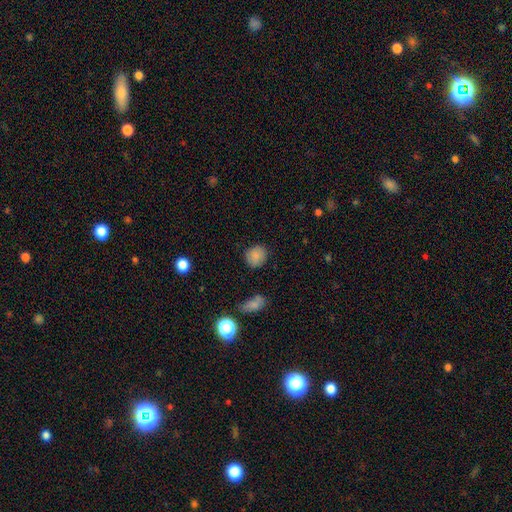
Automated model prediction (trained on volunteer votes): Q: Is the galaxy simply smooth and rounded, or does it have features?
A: smooth — 83%.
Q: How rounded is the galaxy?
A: round — 80%.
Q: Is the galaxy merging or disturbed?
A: none — 84%.